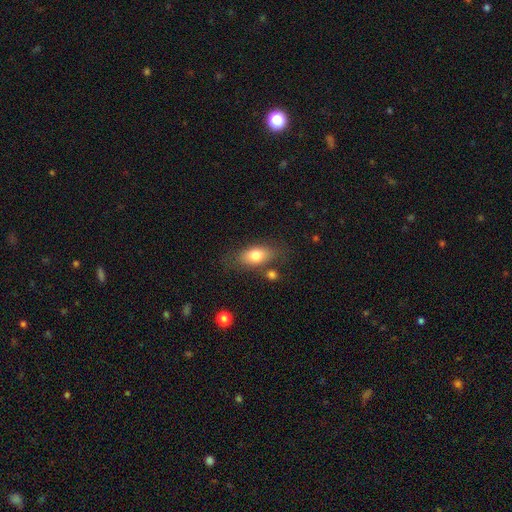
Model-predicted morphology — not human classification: Smooth or featured? smooth (76%)
How rounded? in between (85%)
Merging? none (73%)